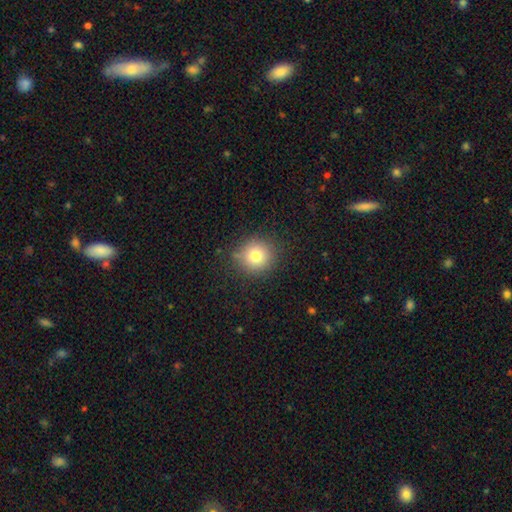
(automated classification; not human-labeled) Smooth or featured?
  - smooth: 78% *
  - star or artifact: 13%
  - featured or disk: 9%
How rounded?
  - round: 92% *
  - in between: 7%
  - cigar-shaped: 1%
Merging?
  - none: 84% *
  - minor disturbance: 11%
  - major disturbance: 3%
  - merger: 2%